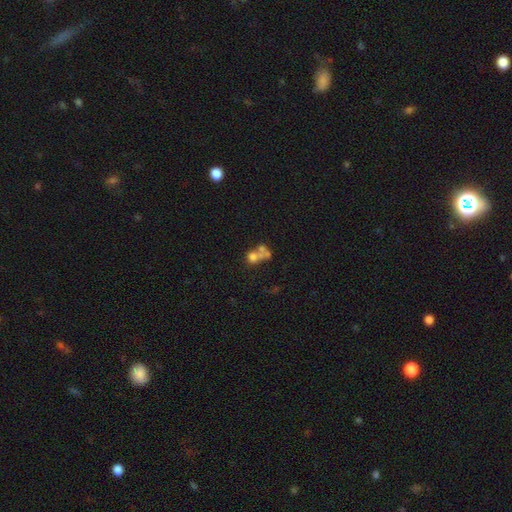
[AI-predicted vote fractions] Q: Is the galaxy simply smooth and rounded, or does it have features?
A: smooth — 52%.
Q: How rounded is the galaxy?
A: round — 60%.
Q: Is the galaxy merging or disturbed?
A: merger — 56%.